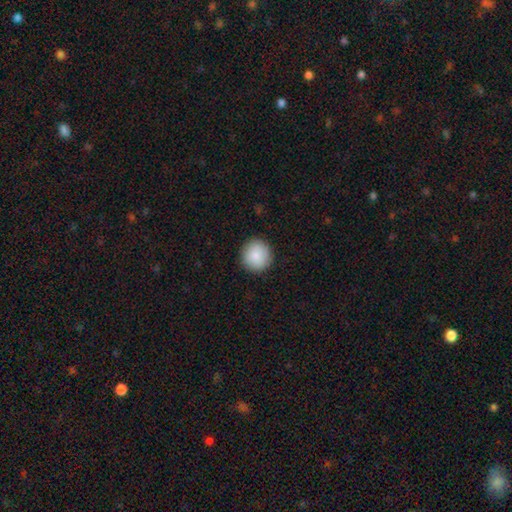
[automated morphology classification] Smooth or featured? Predicted: smooth (p=0.86). How rounded? Predicted: round (p=0.94). Merging? Predicted: none (p=0.91).